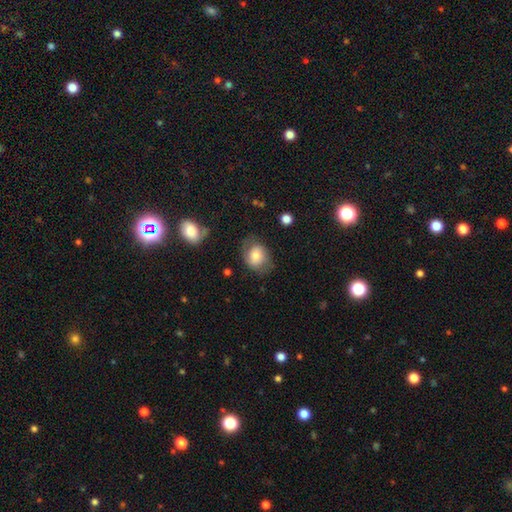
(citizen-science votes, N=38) A smooth galaxy with no disk features (61%) that is in between round and cigar-shaped (65%).

Vote fractions:
- Smooth or featured? smooth: 61% / featured or disk: 34% / star or artifact: 5%
- How rounded? in between: 65% / round: 35% / cigar-shaped: 0%
- Merging? none: 58% / minor disturbance: 31% / major disturbance: 11% / merger: 0%